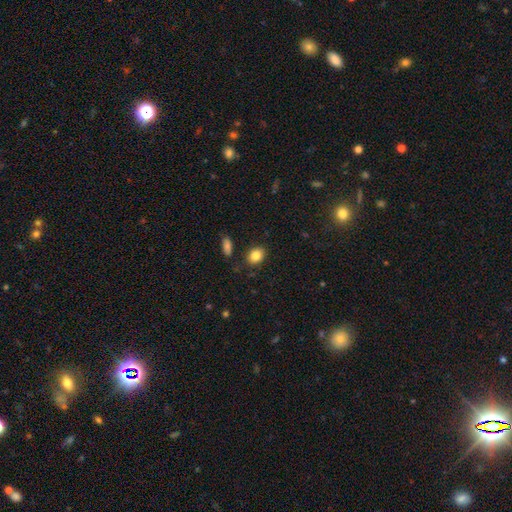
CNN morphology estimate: A smooth galaxy with no disk features (85%) that is in between round and cigar-shaped (56%). Merging: none (84%).